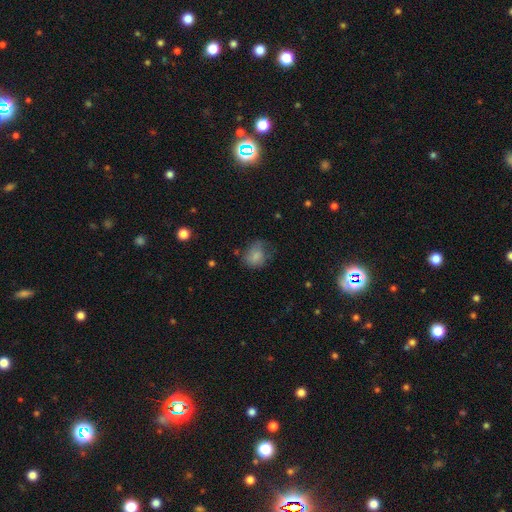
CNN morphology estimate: smooth-or-featured: smooth: 75% | featured or disk: 15% | star or artifact: 10%
  how-rounded: round: 53% | in between: 46% | cigar-shaped: 1%
  merging: none: 43% | minor disturbance: 32% | major disturbance: 23% | merger: 3%